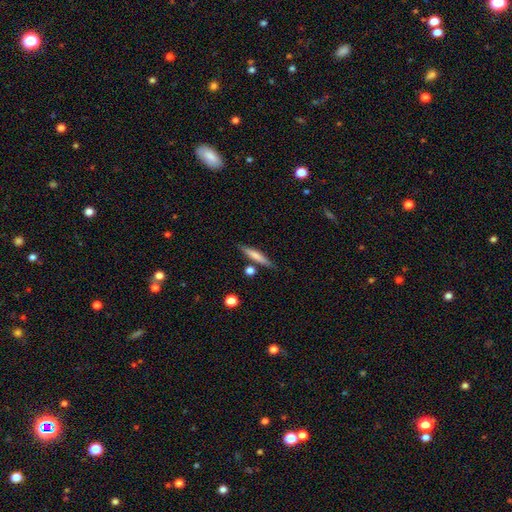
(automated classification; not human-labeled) Smooth or featured? smooth (68%)
How rounded? cigar-shaped (89%)
Merging? none (80%)